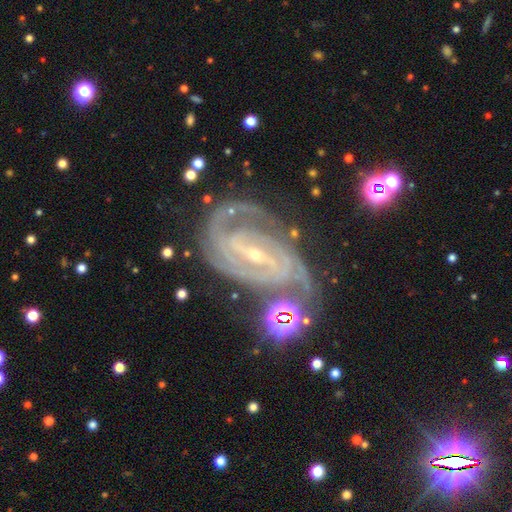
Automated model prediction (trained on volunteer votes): The model was most divided on "bar": strong: 55%, weak: 32%, no: 13%. Remaining: spiral arms — yes (98%); edge-on disk — no (96%); smooth or featured — featured or disk (91%); bulge size — small (77%); spiral winding — tight (67%); merging — none (62%); spiral arm count — 2 (48%).